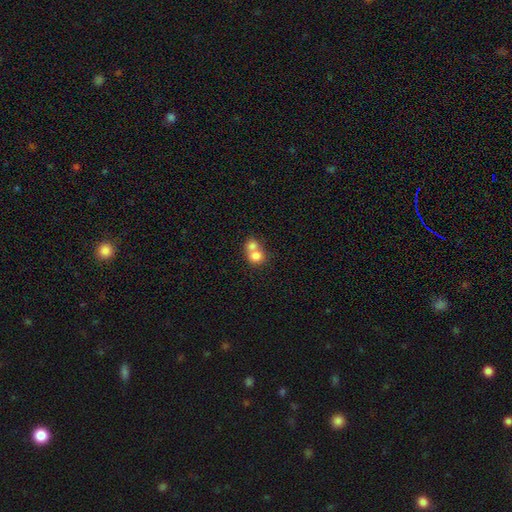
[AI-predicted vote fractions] The model was most divided on "how rounded": round: 72%, in between: 27%, cigar-shaped: 1%. More confident: smooth or featured — smooth (75%); merging — merger (70%).